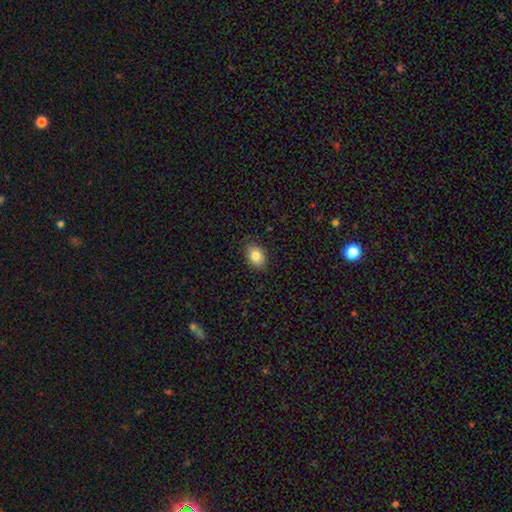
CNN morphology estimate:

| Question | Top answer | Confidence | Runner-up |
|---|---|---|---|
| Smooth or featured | smooth | 84% | star or artifact (8%) |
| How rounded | in between | 81% | round (18%) |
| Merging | none | 87% | minor disturbance (10%) |